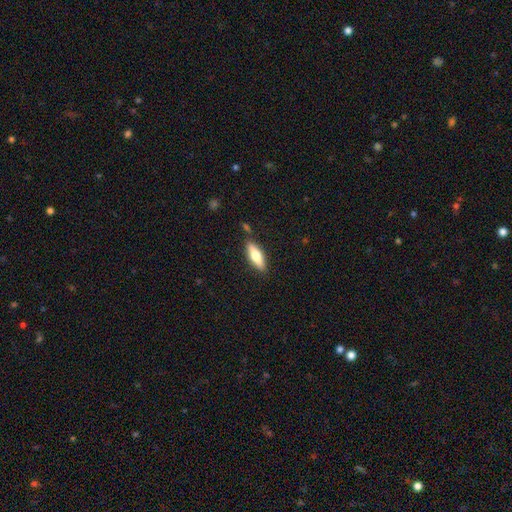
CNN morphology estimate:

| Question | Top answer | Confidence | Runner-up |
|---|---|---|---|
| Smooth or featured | smooth | 66% | featured or disk (28%) |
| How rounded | in between | 57% | cigar-shaped (41%) |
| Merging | none | 81% | minor disturbance (12%) |